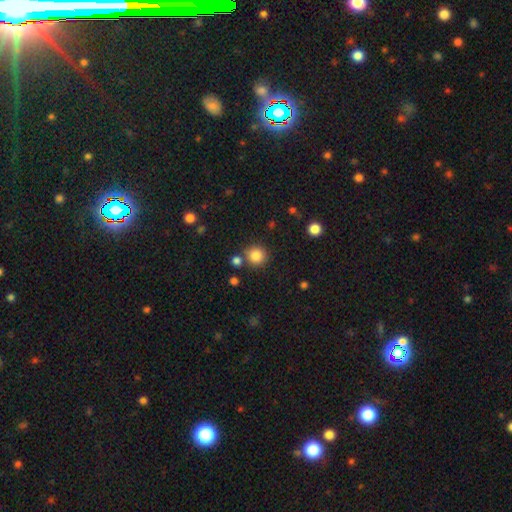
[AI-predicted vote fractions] Smooth or featured? Predicted: smooth (p=0.84). How rounded? Predicted: round (p=0.93). Merging? Predicted: none (p=0.79).